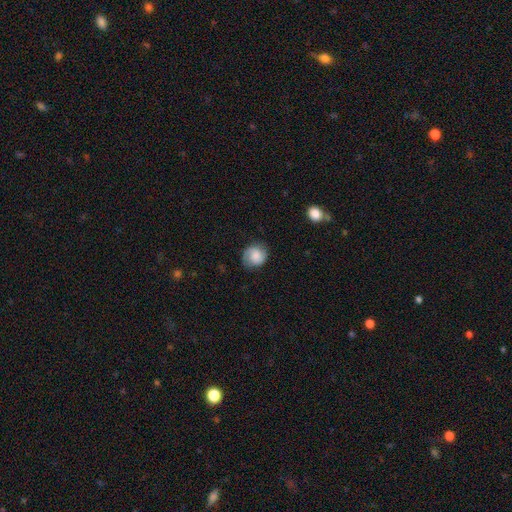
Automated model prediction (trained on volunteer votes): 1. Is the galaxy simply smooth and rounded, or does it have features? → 58% smooth, 34% featured or disk, 8% star or artifact.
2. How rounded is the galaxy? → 76% round, 23% in between, 1% cigar-shaped.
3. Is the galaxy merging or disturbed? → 74% none, 19% minor disturbance, 6% major disturbance, 1% merger.